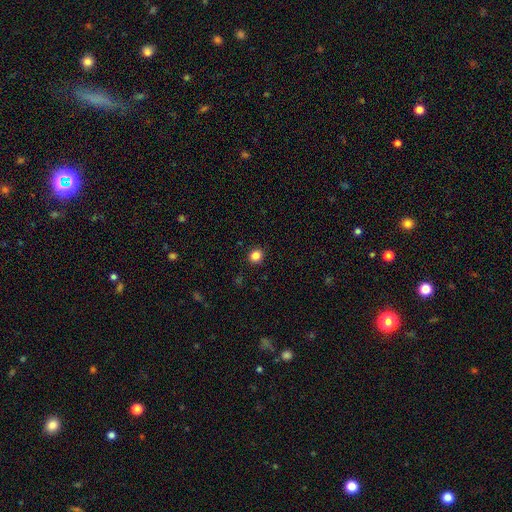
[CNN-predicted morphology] This appears to be a smooth galaxy with no disk features (84%) that is round (86%). Merging: none (92%).